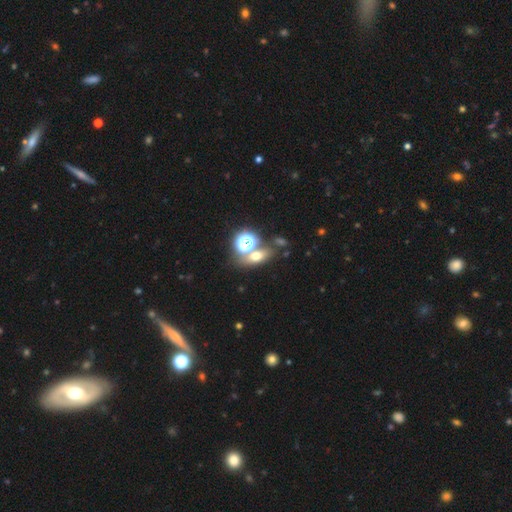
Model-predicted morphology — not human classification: A smooth galaxy with no disk features (55%) that is in between round and cigar-shaped (57%). Merging: none (61%).